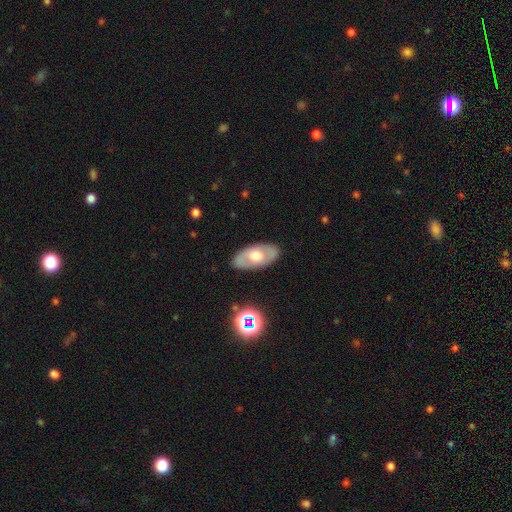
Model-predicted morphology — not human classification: featured or disk 51%, smooth 43%, star or artifact 7%. Down the decision tree: edge-on disk — no (83%); merging — none (85%).